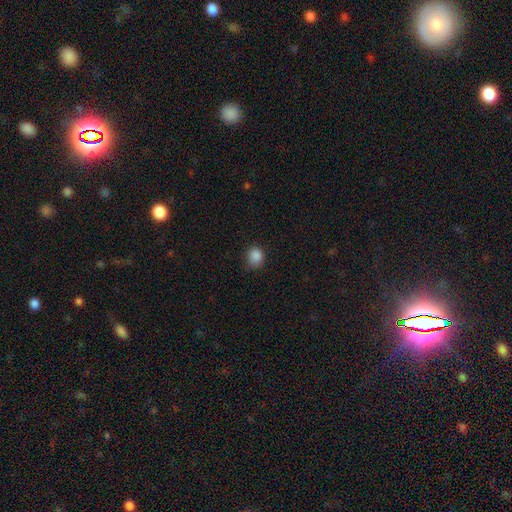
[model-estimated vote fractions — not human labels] This is clearly a smooth galaxy (86%). How rounded: likely round (68%). Merging: likely none (75%).